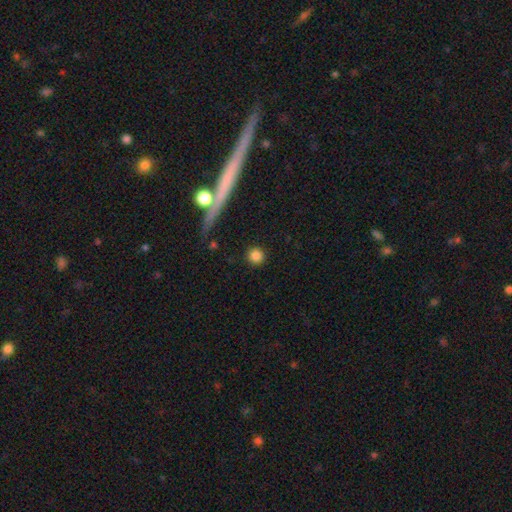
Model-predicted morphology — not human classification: Smooth or featured: smooth — 84% (star or artifact — 10%)
How rounded: round — 94% (in between — 4%)
Merging: none — 90% (minor disturbance — 5%)